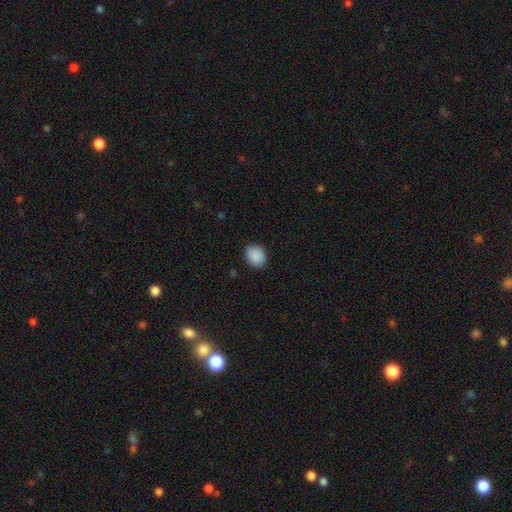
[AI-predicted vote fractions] Smooth or featured?
  - smooth: 89% *
  - star or artifact: 8%
  - featured or disk: 3%
How rounded?
  - round: 61% *
  - in between: 38%
  - cigar-shaped: 1%
Merging?
  - none: 88% *
  - minor disturbance: 9%
  - major disturbance: 2%
  - merger: 1%